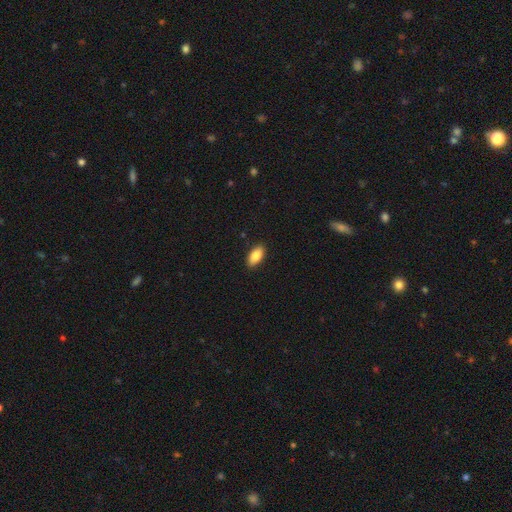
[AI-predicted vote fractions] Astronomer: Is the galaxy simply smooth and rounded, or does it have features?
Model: smooth — 86%.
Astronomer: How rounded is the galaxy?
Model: in between — 90%.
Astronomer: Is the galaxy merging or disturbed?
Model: none — 89%.